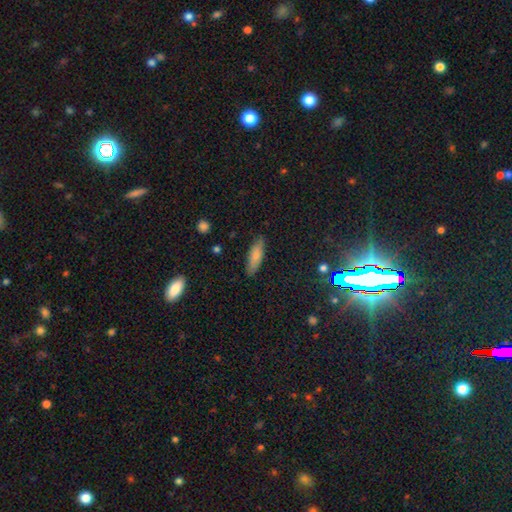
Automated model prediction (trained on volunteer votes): A smooth galaxy with no disk features (80%) that is in between round and cigar-shaped (51%). Merging: none (86%).